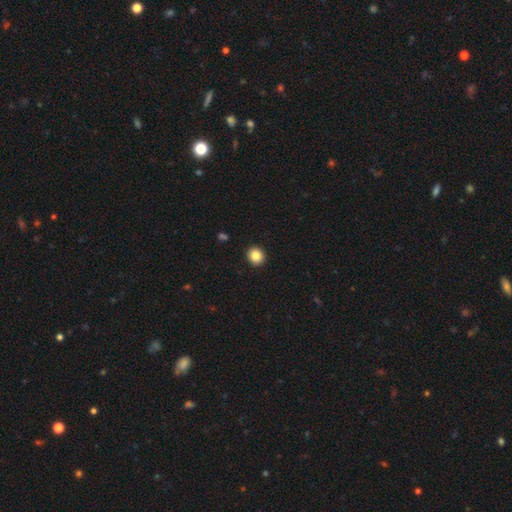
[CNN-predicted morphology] type=smooth (86%); roundness=round (89%); merging=none (93%).